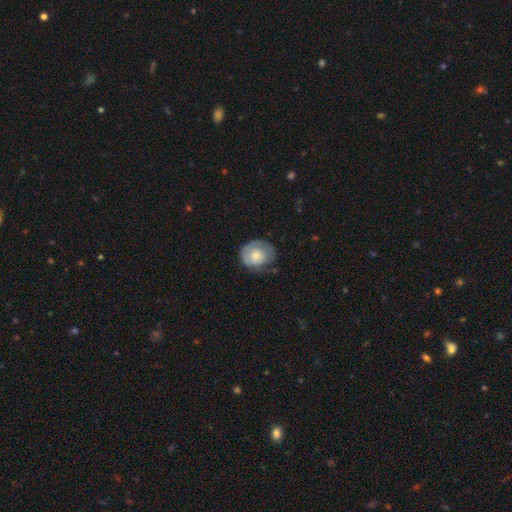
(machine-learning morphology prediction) This is likely a smooth galaxy (60%). How rounded: likely round (62%). Merging: possibly none (59%).